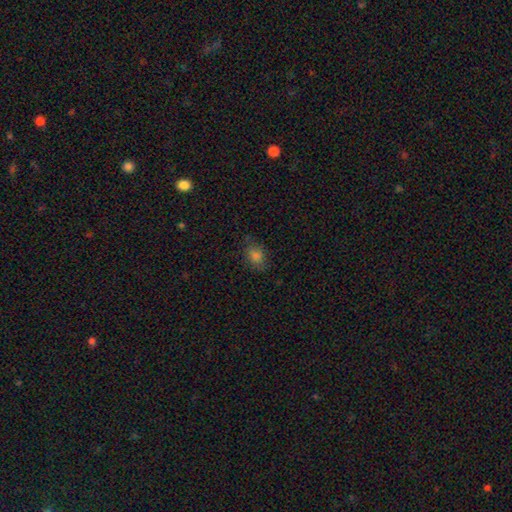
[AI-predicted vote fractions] A smooth galaxy with no disk features (79%) that is in between round and cigar-shaped (68%). Merging: none (79%).